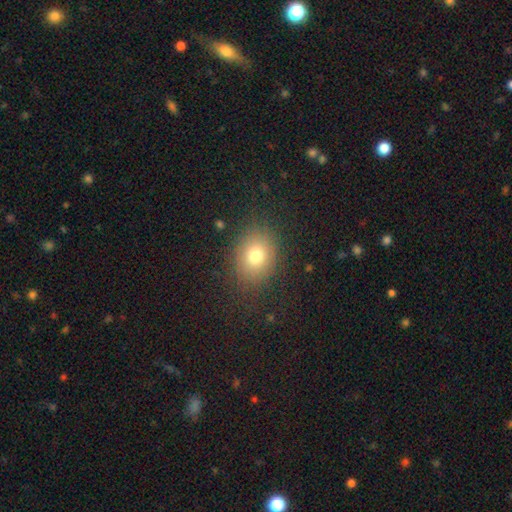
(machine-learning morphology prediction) Overall: smooth (75%). How rounded: in between (54%; round 45%). Merging: none (83%).